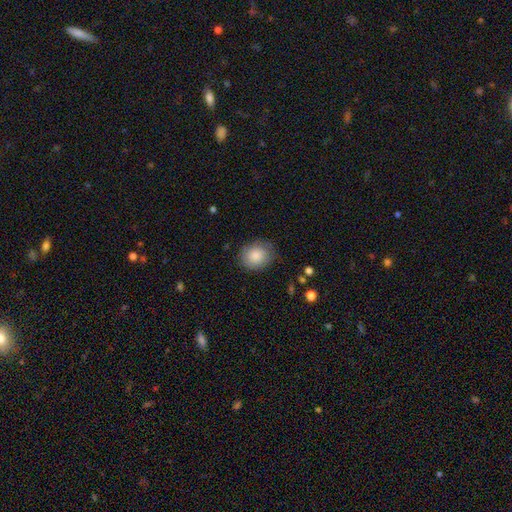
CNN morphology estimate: Overall: smooth (86%). How rounded: round (65%; in between 34%). Merging: none (81%).